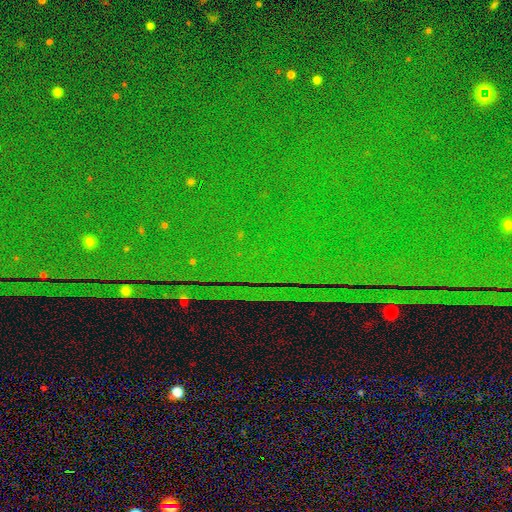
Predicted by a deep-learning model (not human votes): Q: Smooth or featured?
A: star or artifact (87%); runner-up: featured or disk (6%)